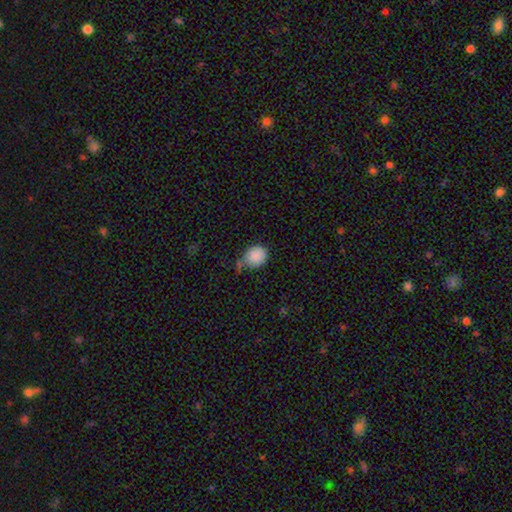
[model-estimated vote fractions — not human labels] smooth-or-featured: smooth: 88% | star or artifact: 8% | featured or disk: 4%
  how-rounded: round: 65% | in between: 34% | cigar-shaped: 1%
  merging: none: 49% | minor disturbance: 33% | major disturbance: 9% | merger: 8%